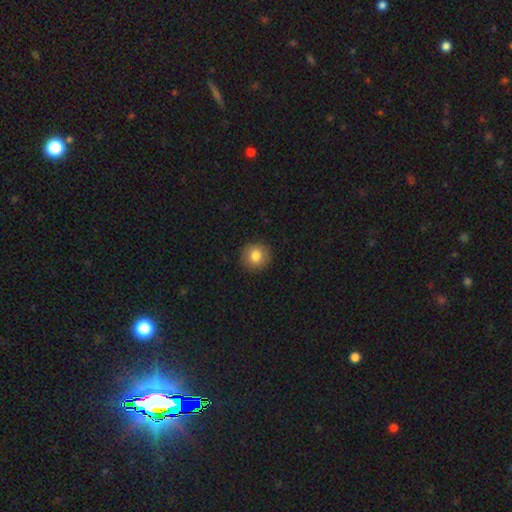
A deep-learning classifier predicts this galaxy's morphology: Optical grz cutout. It shows a smooth galaxy with no disk features (82%) that is round (92%). Merging: none (91%).